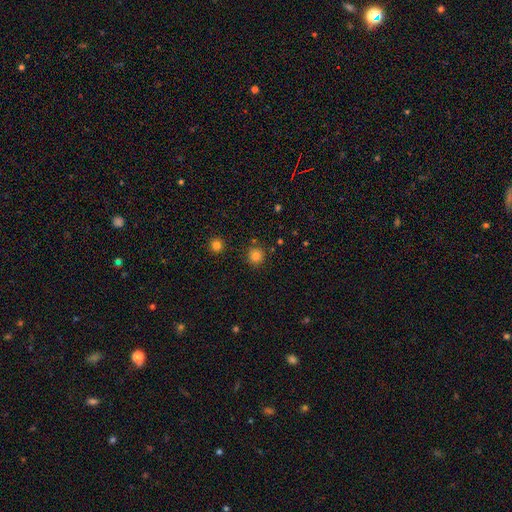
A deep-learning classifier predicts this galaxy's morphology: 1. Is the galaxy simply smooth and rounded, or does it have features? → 81% smooth, 14% star or artifact, 5% featured or disk.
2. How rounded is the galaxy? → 93% round, 6% in between, 1% cigar-shaped.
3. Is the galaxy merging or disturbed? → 86% none, 8% minor disturbance, 4% merger, 2% major disturbance.